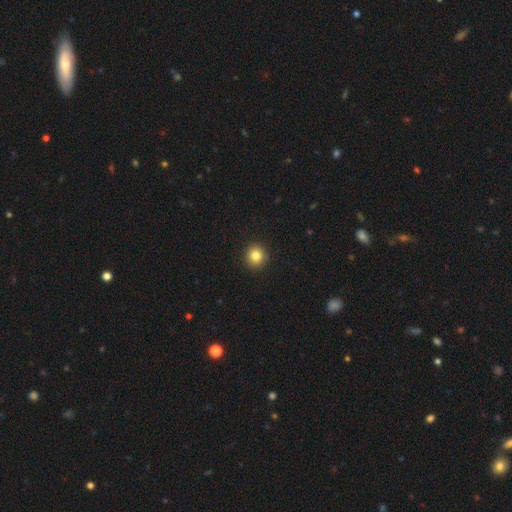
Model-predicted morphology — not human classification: smooth 83%, star or artifact 10%, featured or disk 6%. Down the decision tree: how rounded — round (91%); merging — none (92%).